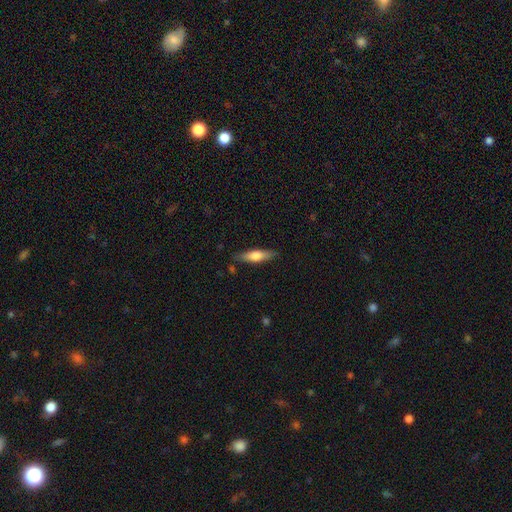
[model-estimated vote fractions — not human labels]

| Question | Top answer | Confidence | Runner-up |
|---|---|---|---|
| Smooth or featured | smooth | 59% | featured or disk (35%) |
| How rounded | cigar-shaped | 67% | in between (31%) |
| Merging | none | 84% | minor disturbance (12%) |